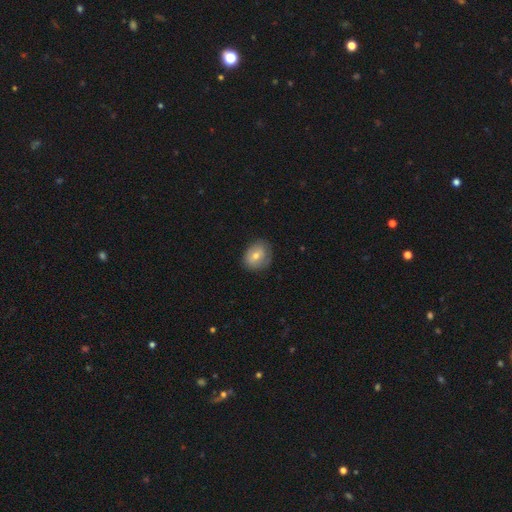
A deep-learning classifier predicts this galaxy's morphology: A smooth galaxy with no disk features (65%) that is in between round and cigar-shaped (50%). Merging: none (74%).